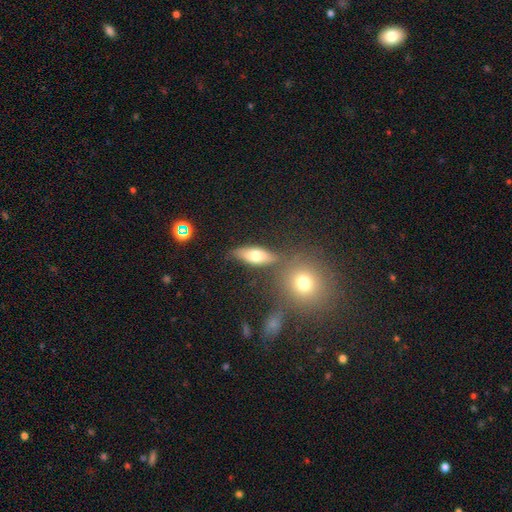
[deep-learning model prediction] A smooth galaxy with no disk features (66%) that is in between round and cigar-shaped (69%). Merging: none (72%).